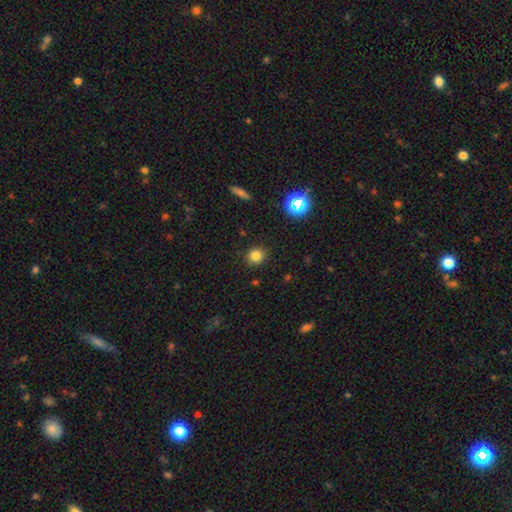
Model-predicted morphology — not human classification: Q: Smooth or featured?
A: smooth (80%); runner-up: star or artifact (15%)
Q: How rounded?
A: round (88%); runner-up: in between (11%)
Q: Merging?
A: none (90%); runner-up: minor disturbance (7%)